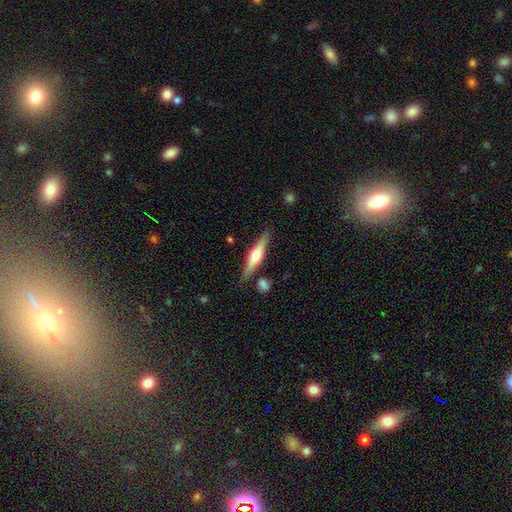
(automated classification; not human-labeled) Overall: featured or disk (61%; smooth 34%). Edge-on disk: yes (95%). Edge-on bulge: rounded (90%). Merging: none (82%).